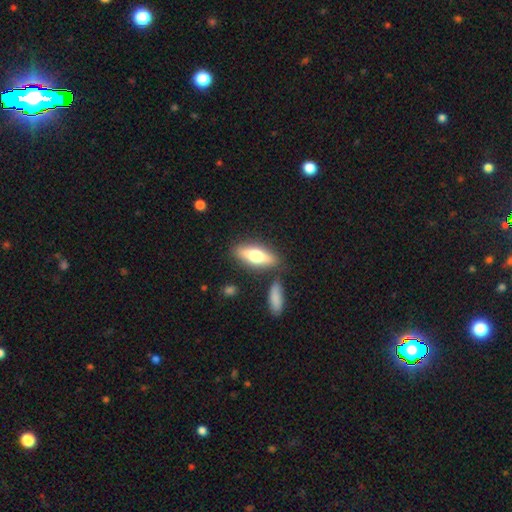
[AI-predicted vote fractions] The model was most divided on "how rounded": in between: 59%, cigar-shaped: 38%, round: 3%. More confident: merging — none (77%); smooth or featured — smooth (58%).